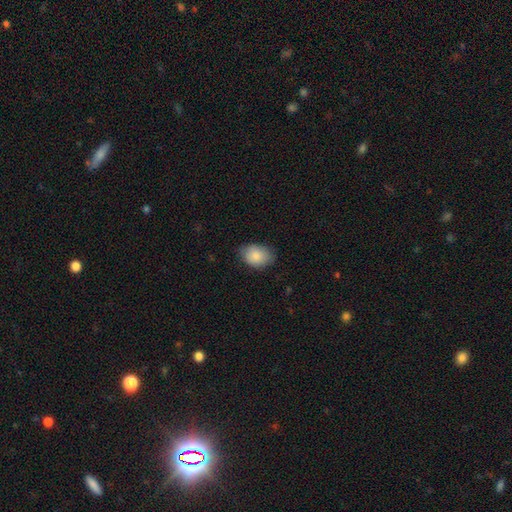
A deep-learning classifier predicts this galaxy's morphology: Smooth or featured?
  - smooth: 85% *
  - featured or disk: 8%
  - star or artifact: 7%
How rounded?
  - in between: 80% *
  - round: 19%
  - cigar-shaped: 1%
Merging?
  - none: 76% *
  - minor disturbance: 20%
  - major disturbance: 3%
  - merger: 1%